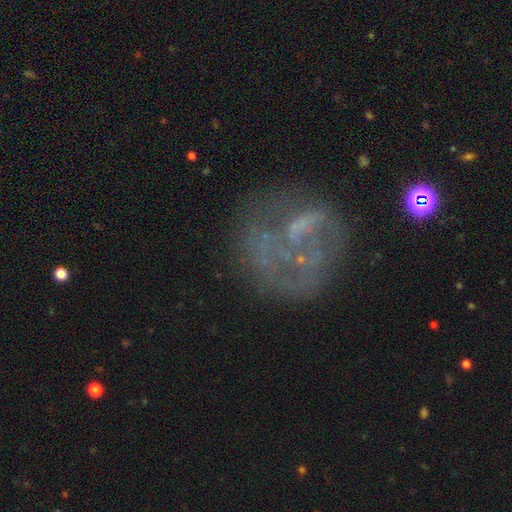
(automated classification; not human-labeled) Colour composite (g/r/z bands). It shows a featured or disk galaxy (61%) with no bar (80%), no spiral arms (67%) and no central bulge (66%). Merging: none (42%).